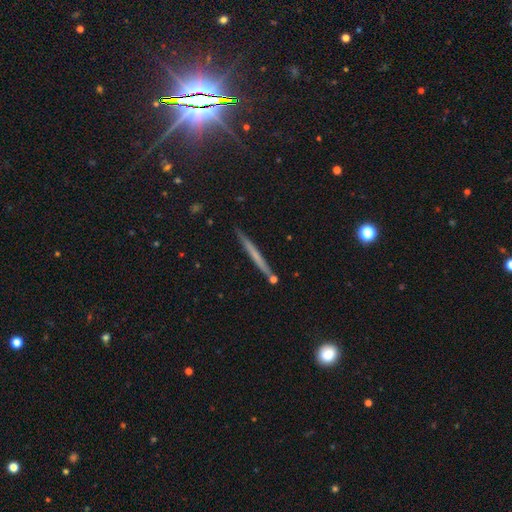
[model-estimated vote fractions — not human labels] Smooth or featured? Predicted: smooth (p=0.48). Merging? Predicted: none (p=0.87).